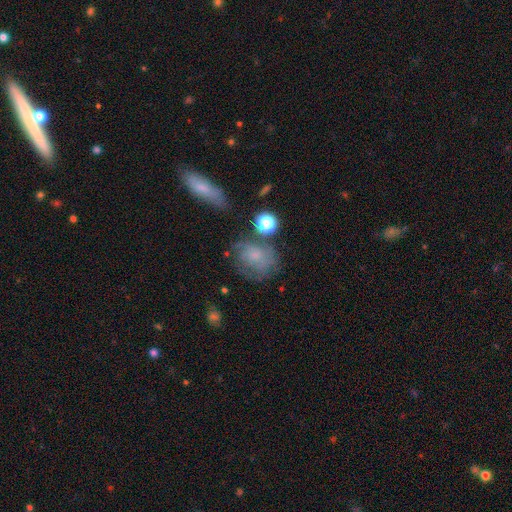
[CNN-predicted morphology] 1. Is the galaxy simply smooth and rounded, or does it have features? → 55% smooth, 33% featured or disk, 13% star or artifact.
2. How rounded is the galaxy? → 56% round, 42% in between, 2% cigar-shaped.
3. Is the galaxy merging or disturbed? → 50% none, 24% minor disturbance, 16% major disturbance, 10% merger.